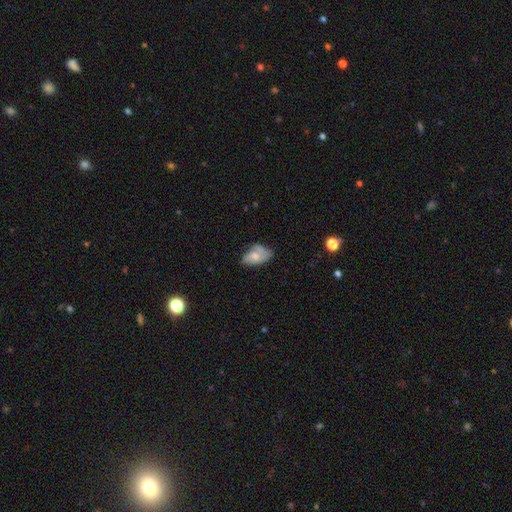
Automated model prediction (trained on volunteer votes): smooth-or-featured: smooth: 59% | featured or disk: 33% | star or artifact: 8%
  how-rounded: in between: 91% | round: 6% | cigar-shaped: 3%
  merging: none: 39% (tied) | minor disturbance: 39% (tied) | major disturbance: 18% | merger: 4%